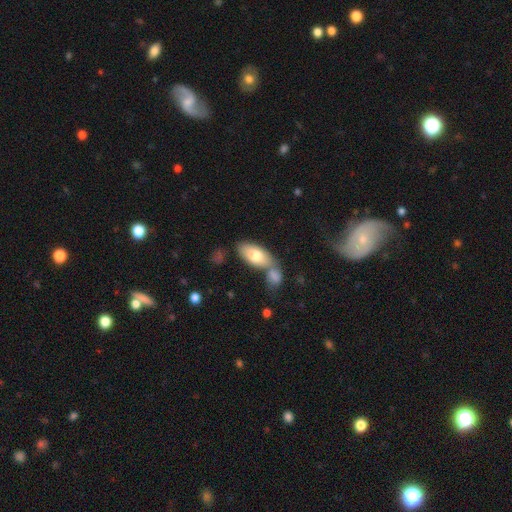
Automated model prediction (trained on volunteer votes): This is likely a smooth galaxy (76%). How rounded: clearly in between (91%). Merging: possibly none (47%).